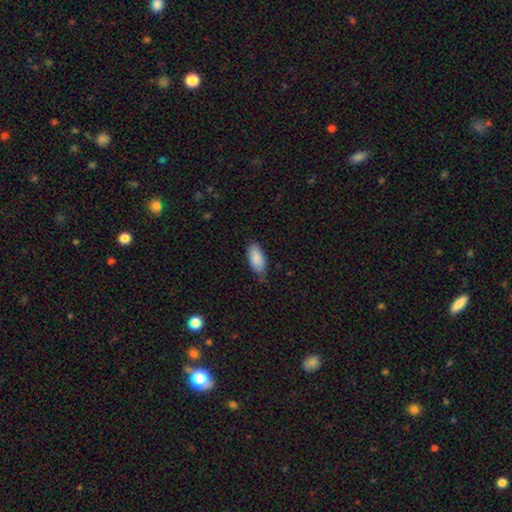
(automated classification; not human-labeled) smooth 87%, featured or disk 7%, star or artifact 6%. Down the decision tree: how rounded — in between (89%); merging — none (67%).